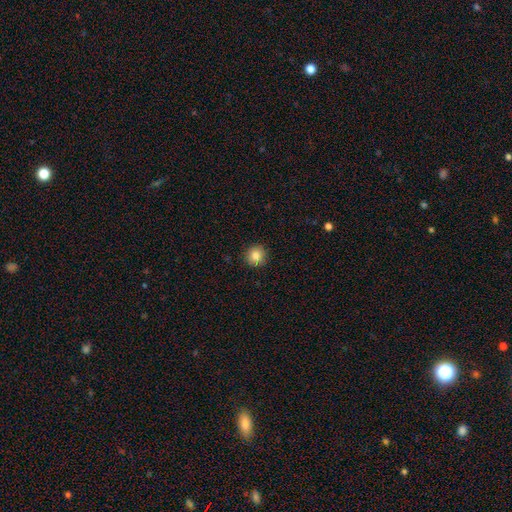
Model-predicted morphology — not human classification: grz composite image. It shows a smooth galaxy with no disk features (84%) that is round (94%). Merging: none (92%).